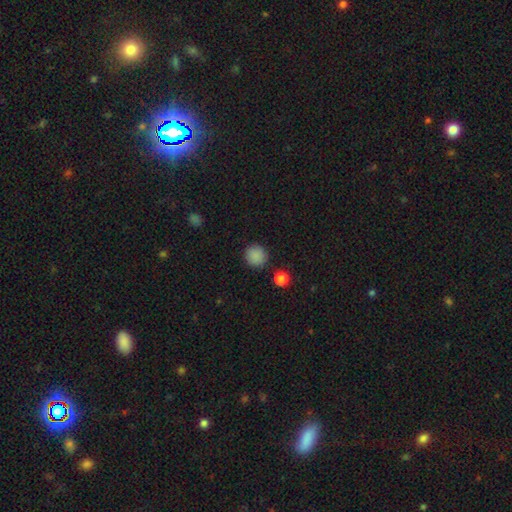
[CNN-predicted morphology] Q: Smooth or featured?
A: smooth (87%); runner-up: star or artifact (10%)
Q: How rounded?
A: round (94%); runner-up: in between (5%)
Q: Merging?
A: none (88%); runner-up: minor disturbance (7%)